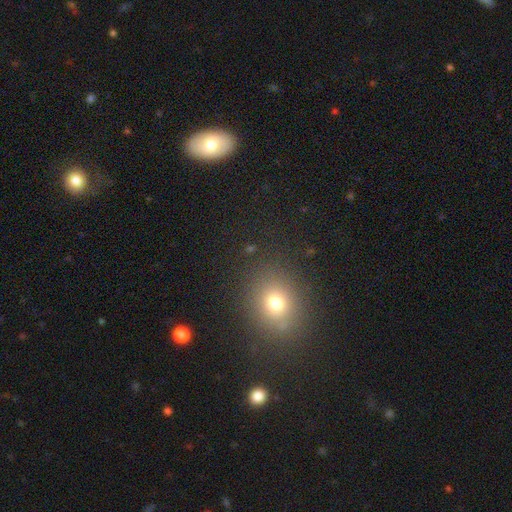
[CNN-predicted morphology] smooth 65%, star or artifact 26%, featured or disk 9%. Down the decision tree: how rounded — round (55%); merging — none (88%).